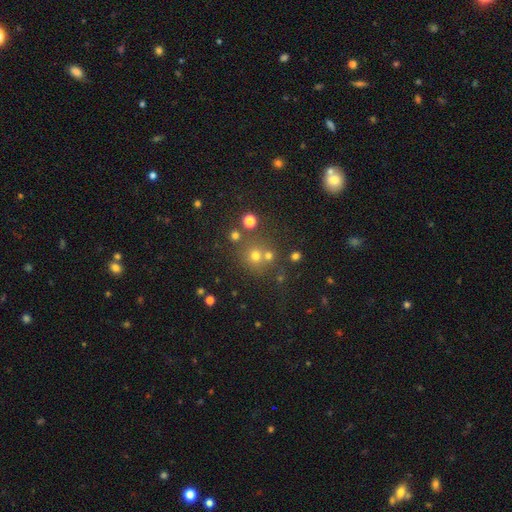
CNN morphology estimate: A smooth galaxy with no disk features (63%) that is round (90%).

Vote fractions:
- Smooth or featured? smooth: 63% / star or artifact: 26% / featured or disk: 11%
- How rounded? round: 90% / in between: 9% / cigar-shaped: 1%
- Merging? none: 66% / merger: 21% / minor disturbance: 8% / major disturbance: 4%